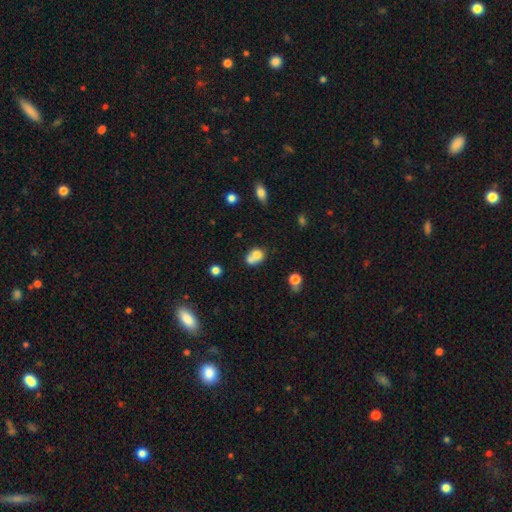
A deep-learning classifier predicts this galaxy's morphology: This appears to be a smooth galaxy with no disk features (71%) that is round (53%). Merging: merger (57%).